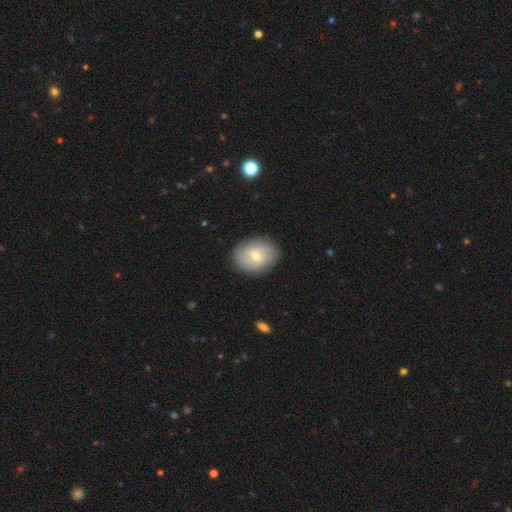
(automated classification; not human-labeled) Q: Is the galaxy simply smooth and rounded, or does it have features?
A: featured or disk — 47%.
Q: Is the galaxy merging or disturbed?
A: none — 85%.